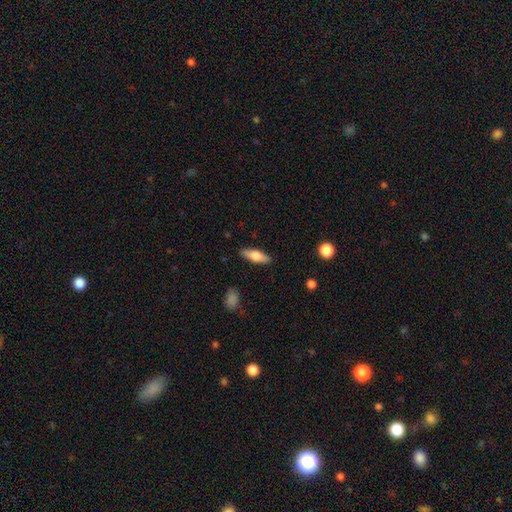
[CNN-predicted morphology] smooth-or-featured: smooth: 62% | featured or disk: 32% | star or artifact: 6%
  how-rounded: in between: 57% | cigar-shaped: 41% | round: 3%
  merging: none: 88% | minor disturbance: 9% | major disturbance: 2% | merger: 1%